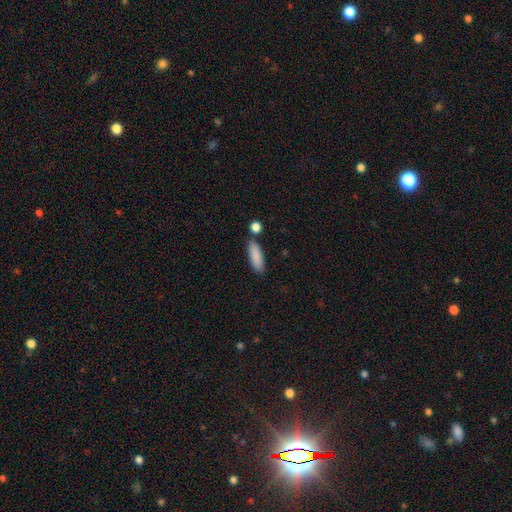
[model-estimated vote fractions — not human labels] Overall: smooth (87%). How rounded: in between (53%; cigar-shaped 45%). Merging: none (77%).